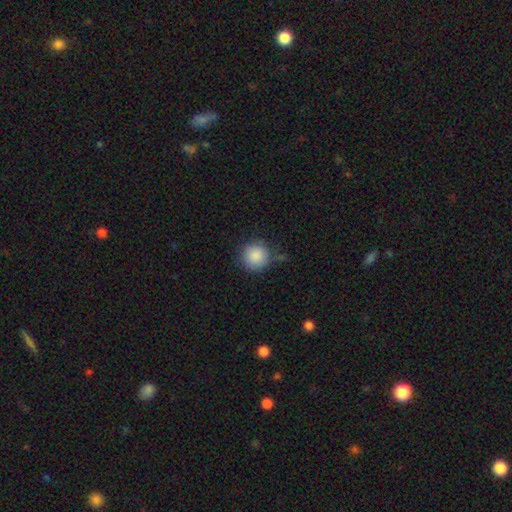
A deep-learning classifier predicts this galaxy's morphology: A smooth galaxy with no disk features (88%) that is round (94%).

Vote fractions:
- Smooth or featured? smooth: 88% / star or artifact: 8% / featured or disk: 4%
- How rounded? round: 94% / in between: 5% / cigar-shaped: 1%
- Merging? none: 75% / minor disturbance: 16% / major disturbance: 5% / merger: 4%